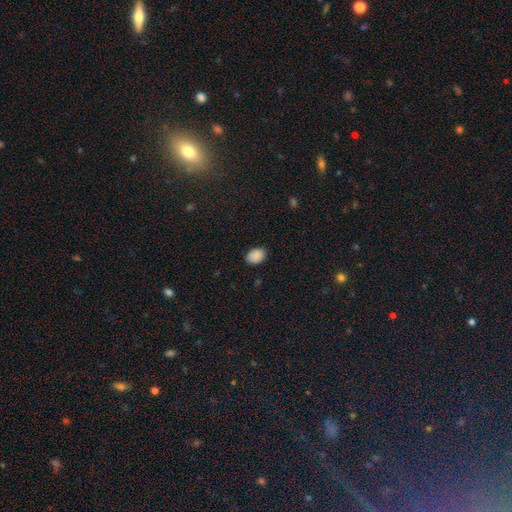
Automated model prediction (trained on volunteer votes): Morphology: type=smooth (89%); roundness=in between (74%); merging=none (86%).